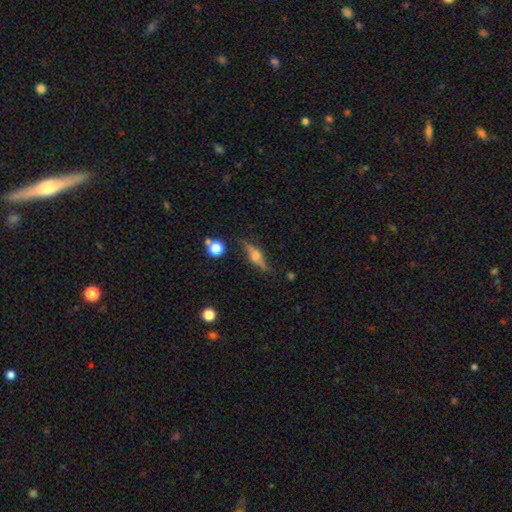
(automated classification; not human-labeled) A featured or disk galaxy (68%) viewed edge-on (89%) with a rounded central bulge (89%). Merging: none (76%).